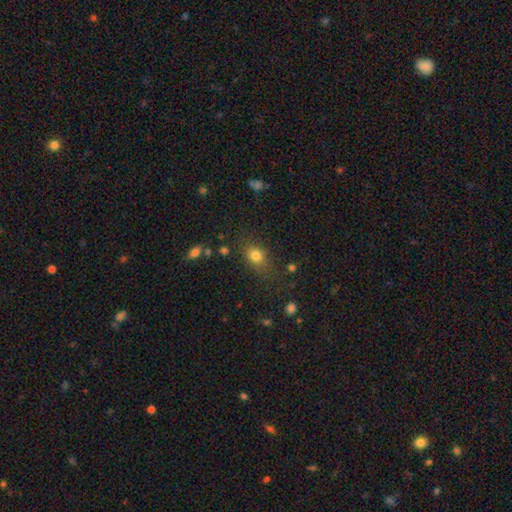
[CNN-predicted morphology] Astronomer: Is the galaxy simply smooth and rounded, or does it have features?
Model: smooth — 79%.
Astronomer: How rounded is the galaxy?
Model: in between — 56% (runner-up: round, 42%).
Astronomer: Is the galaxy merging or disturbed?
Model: none — 72%.